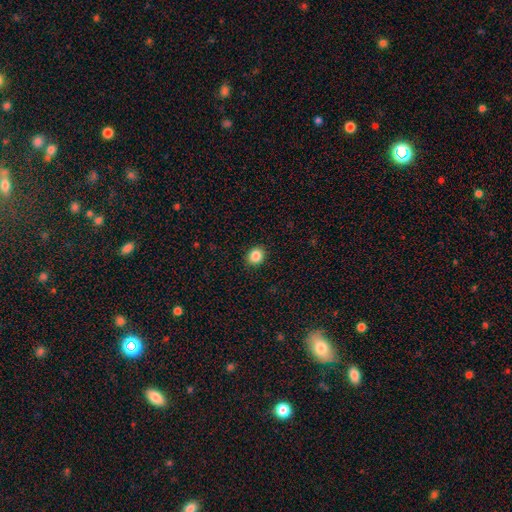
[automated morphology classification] This is clearly a smooth galaxy (87%). How rounded: likely round (73%). Merging: clearly none (91%).